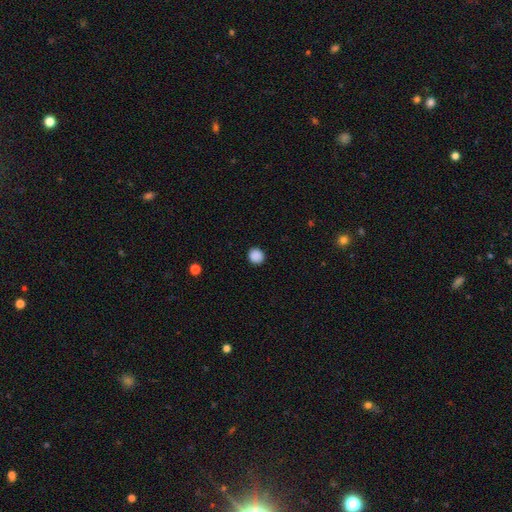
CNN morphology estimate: type=smooth (88%); roundness=round (88%); merging=none (91%).